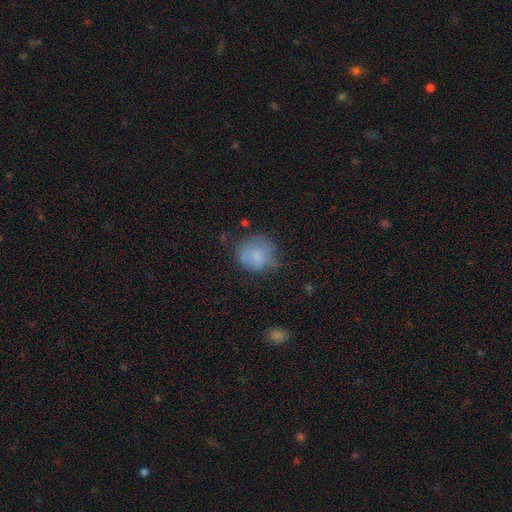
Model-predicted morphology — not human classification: Overall: smooth (74%). How rounded: round (78%). Merging: none (53%; minor disturbance 31%).